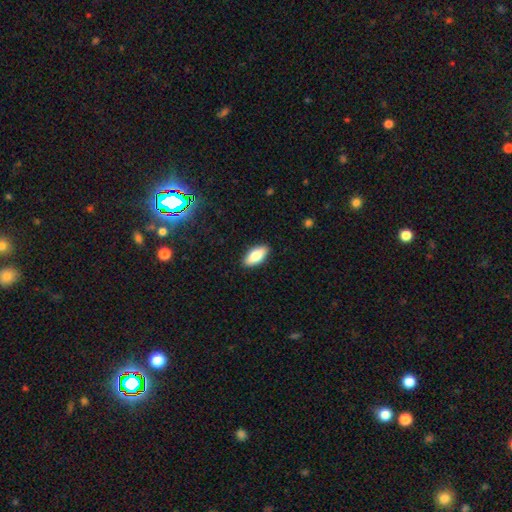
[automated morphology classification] Smooth or featured?
  - smooth: 79% *
  - featured or disk: 15%
  - star or artifact: 6%
How rounded?
  - in between: 85% *
  - cigar-shaped: 13%
  - round: 3%
Merging?
  - none: 89% *
  - minor disturbance: 8%
  - major disturbance: 2%
  - merger: 1%